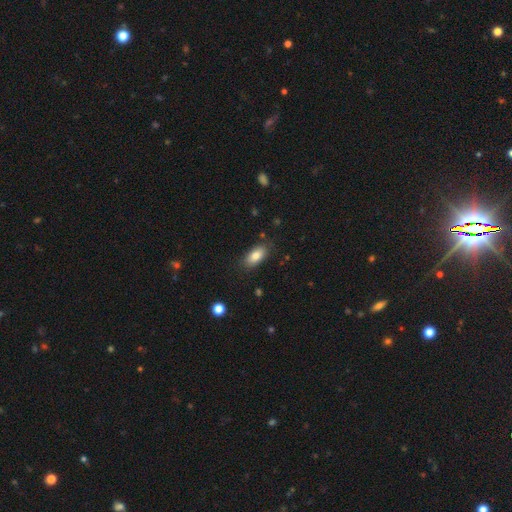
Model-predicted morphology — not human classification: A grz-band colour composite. It shows a smooth galaxy with no disk features (82%) that is in between round and cigar-shaped (90%). Merging: none (84%).